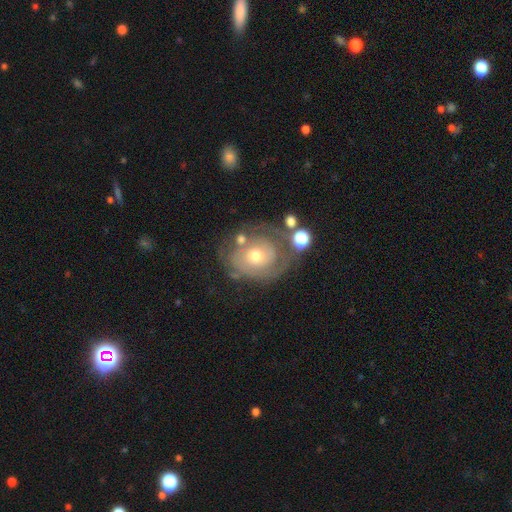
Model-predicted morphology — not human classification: A featured or disk galaxy (73%) with no bar (83%), tight (71%) spiral arms (76%) and a moderate central bulge (57%). Merging: none (57%).